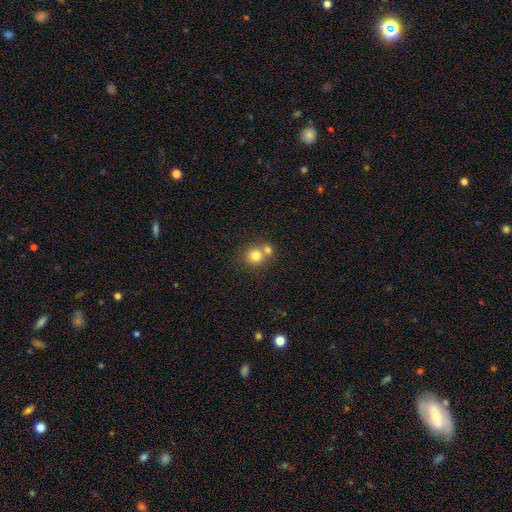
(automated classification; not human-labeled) smooth_or_featured: smooth (p=0.78) [alt: star or artifact p=0.11]
how_rounded: round (p=0.86) [alt: in between p=0.13]
merging: none (p=0.47) [alt: merger p=0.44]